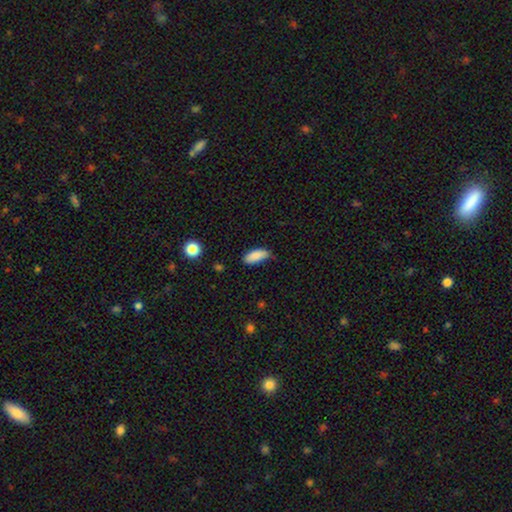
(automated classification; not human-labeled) smooth 87%, star or artifact 8%, featured or disk 6%. Down the decision tree: how rounded — in between (85%); merging — none (64%).